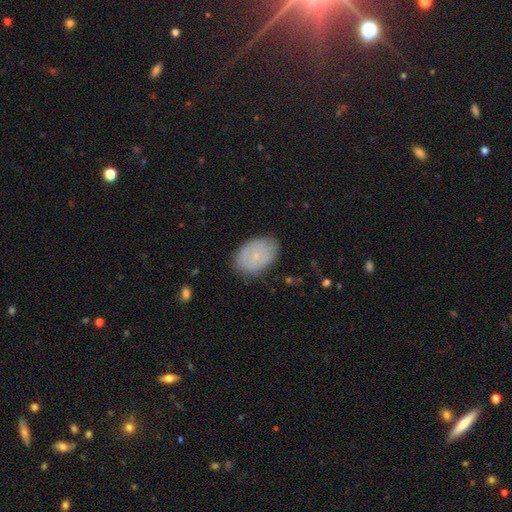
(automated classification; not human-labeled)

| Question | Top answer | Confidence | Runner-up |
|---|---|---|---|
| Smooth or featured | smooth | 64% | featured or disk (29%) |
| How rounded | in between | 84% | round (15%) |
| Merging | none | 76% | minor disturbance (18%) |